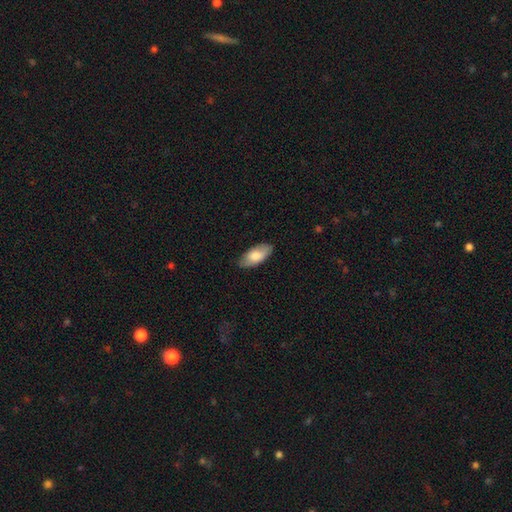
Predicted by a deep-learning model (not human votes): smooth_or_featured: smooth (p=0.77) [alt: featured or disk p=0.17]
how_rounded: in between (p=0.90) [alt: cigar-shaped p=0.07]
merging: none (p=0.83) [alt: minor disturbance p=0.14]